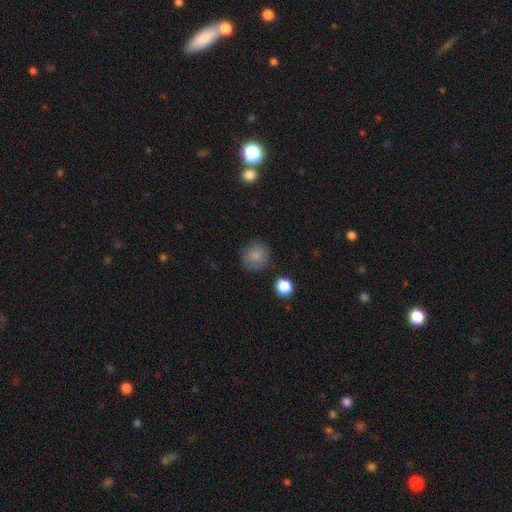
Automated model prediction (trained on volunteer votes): Smooth or featured? Predicted: smooth (p=0.83). How rounded? Predicted: round (p=0.91). Merging? Predicted: none (p=0.81).